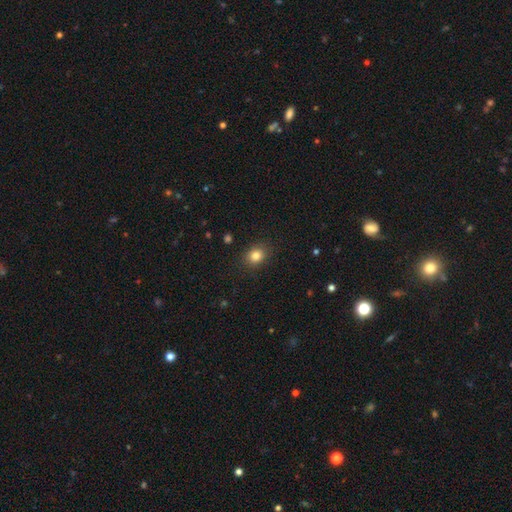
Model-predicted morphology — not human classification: Smooth or featured?
  - smooth: 82% *
  - star or artifact: 11%
  - featured or disk: 7%
How rounded?
  - round: 56% *
  - in between: 43%
  - cigar-shaped: 1%
Merging?
  - none: 87% *
  - minor disturbance: 9%
  - major disturbance: 3%
  - merger: 1%